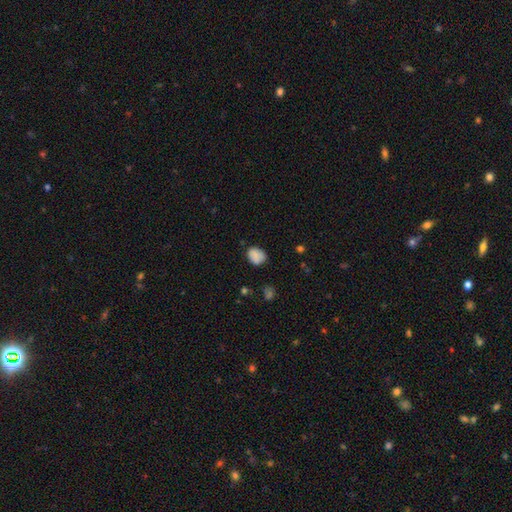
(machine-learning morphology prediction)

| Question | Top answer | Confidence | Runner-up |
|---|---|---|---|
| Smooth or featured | smooth | 83% | star or artifact (9%) |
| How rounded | in between | 53% | round (46%) |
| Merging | none | 69% | minor disturbance (24%) |